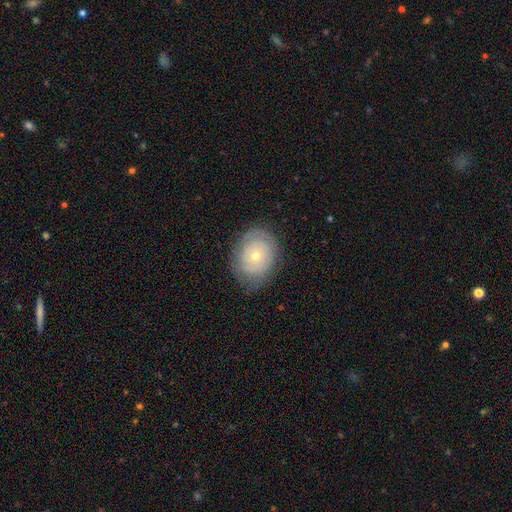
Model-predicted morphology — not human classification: Q: Smooth or featured?
A: featured or disk (47%); runner-up: smooth (45%)
Q: Merging?
A: none (74%); runner-up: minor disturbance (18%)